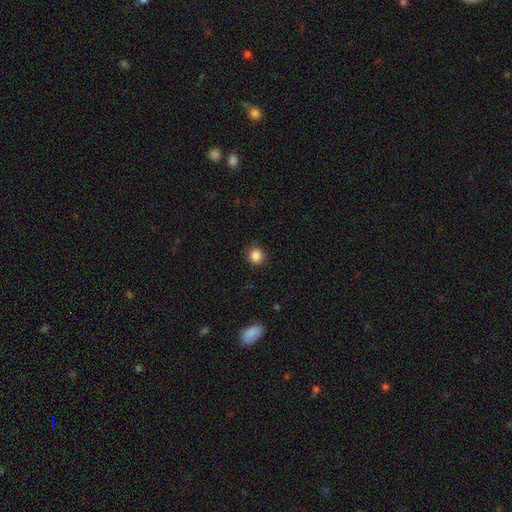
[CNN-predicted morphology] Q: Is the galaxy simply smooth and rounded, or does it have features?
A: smooth — 86%.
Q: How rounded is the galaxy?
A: round — 88%.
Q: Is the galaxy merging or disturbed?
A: none — 88%.